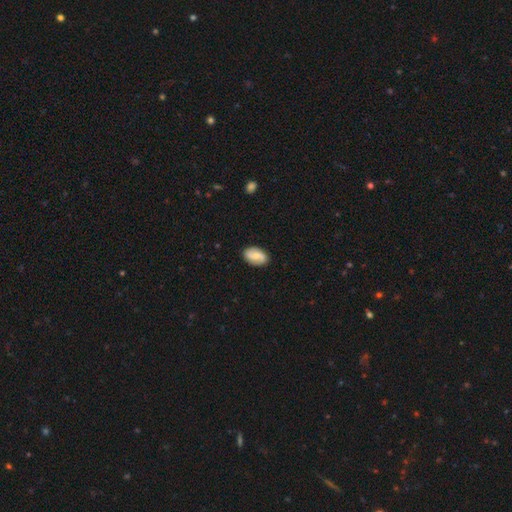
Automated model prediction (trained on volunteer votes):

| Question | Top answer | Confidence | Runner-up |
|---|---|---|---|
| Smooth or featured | featured or disk | 50% | smooth (43%) |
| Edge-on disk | no | 96% | yes (4%) |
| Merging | none | 85% | minor disturbance (12%) |